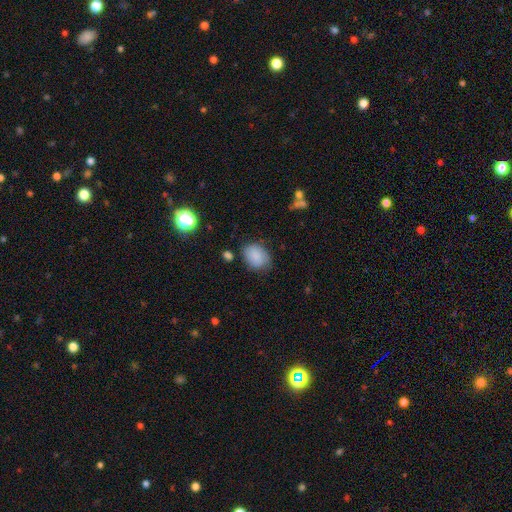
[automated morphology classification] This appears to be a smooth galaxy with no disk features (83%) that is in between round and cigar-shaped (61%). Merging: none (67%).